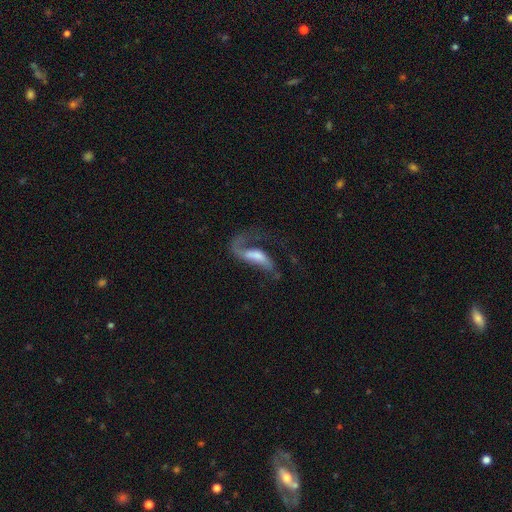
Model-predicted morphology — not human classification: smooth_or_featured: featured or disk (p=0.67) [alt: smooth p=0.26]
disk_edge_on: no (p=0.88) [alt: yes p=0.12]
bar: no (p=0.40) [alt: weak p=0.35]
has_spiral_arms: yes (p=0.82) [alt: no p=0.18]
bulge_size: moderate (p=0.31) [alt: none p=0.24]
merging: major disturbance (p=0.47) [alt: none p=0.33]